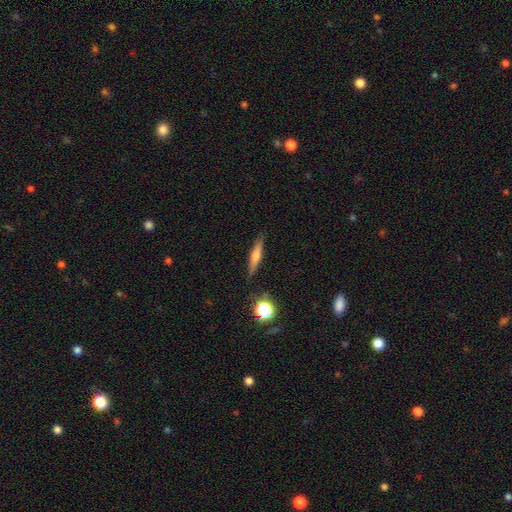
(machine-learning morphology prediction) smooth 53%, featured or disk 38%, star or artifact 9%. Down the decision tree: how rounded — cigar-shaped (86%); merging — none (87%).